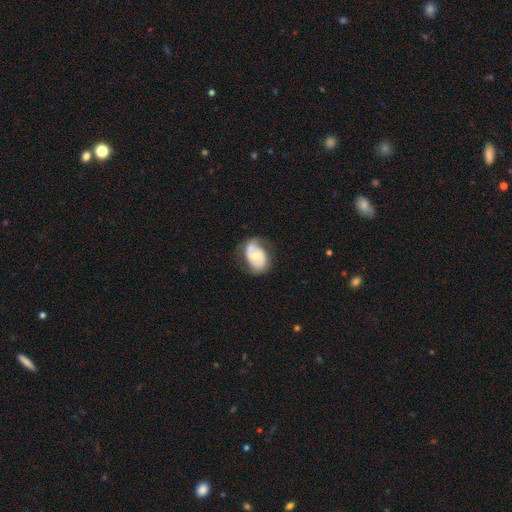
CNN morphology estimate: This is likely a featured or disk galaxy (62%). It is clearly not viewed edge-on (96%). Bar: likely no (63%). Spiral arm pattern: likely yes (73%). Central bulge: likely moderate (62%). Merging: likely none (63%).